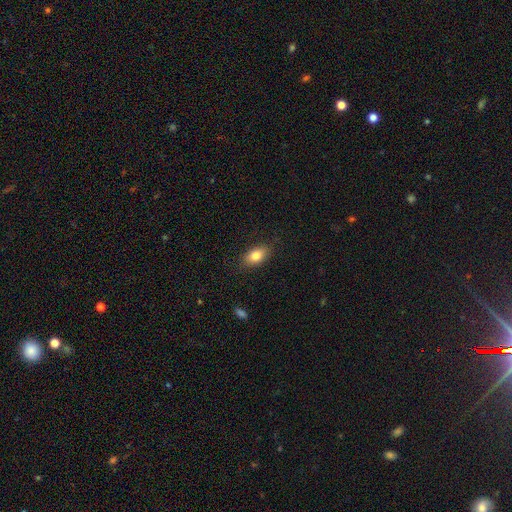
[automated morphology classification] Smooth or featured: smooth — 81% (featured or disk — 11%)
How rounded: in between — 87% (round — 9%)
Merging: none — 85% (minor disturbance — 11%)